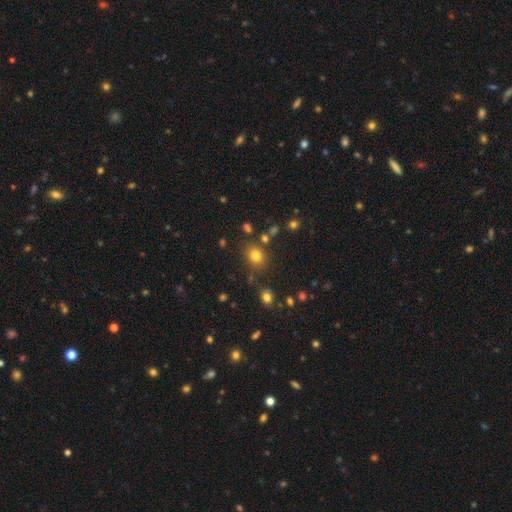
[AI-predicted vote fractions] Smooth or featured: smooth — 77% (star or artifact — 15%)
How rounded: round — 64% (in between — 35%)
Merging: none — 79% (minor disturbance — 11%)